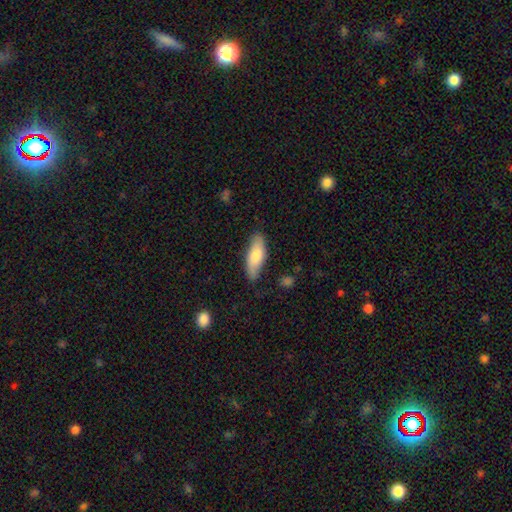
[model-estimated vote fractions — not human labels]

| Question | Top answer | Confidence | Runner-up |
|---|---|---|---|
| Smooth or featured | smooth | 74% | featured or disk (21%) |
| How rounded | in between | 68% | cigar-shaped (30%) |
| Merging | none | 80% | minor disturbance (16%) |